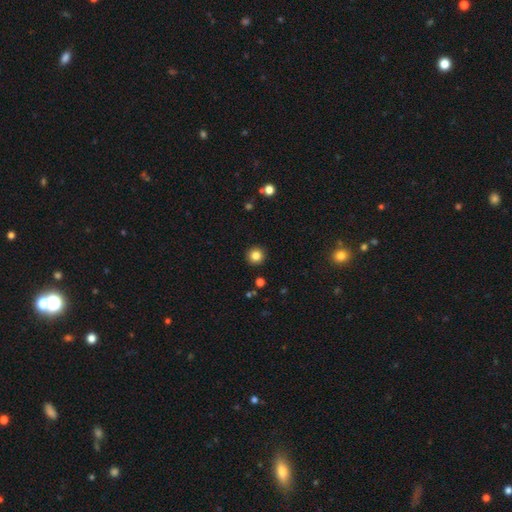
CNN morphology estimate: This appears to be a smooth galaxy with no disk features (83%) that is round (95%). Merging: none (93%).